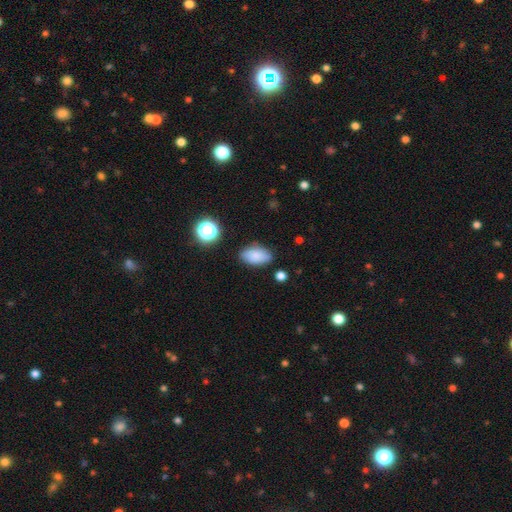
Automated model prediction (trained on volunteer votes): Smooth or featured: smooth — 83% (star or artifact — 9%)
How rounded: in between — 91% (round — 6%)
Merging: none — 80% (minor disturbance — 14%)